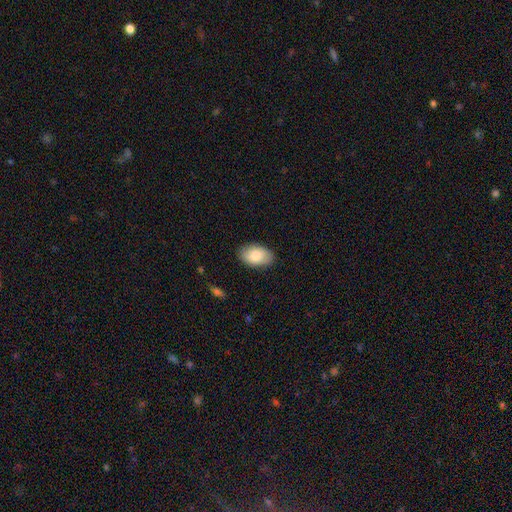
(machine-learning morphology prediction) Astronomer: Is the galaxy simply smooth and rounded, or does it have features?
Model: smooth — 84%.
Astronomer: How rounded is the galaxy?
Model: in between — 93%.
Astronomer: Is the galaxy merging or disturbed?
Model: none — 86%.